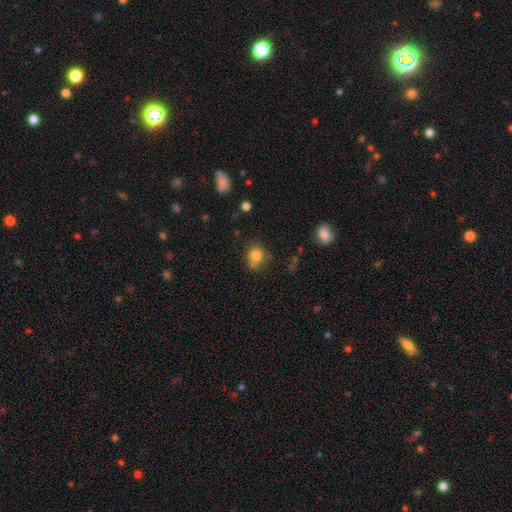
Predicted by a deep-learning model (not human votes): smooth-or-featured: smooth: 81% | star or artifact: 11% | featured or disk: 8%
  how-rounded: round: 79% | in between: 20% | cigar-shaped: 1%
  merging: none: 62% | minor disturbance: 18% | merger: 14% | major disturbance: 6%